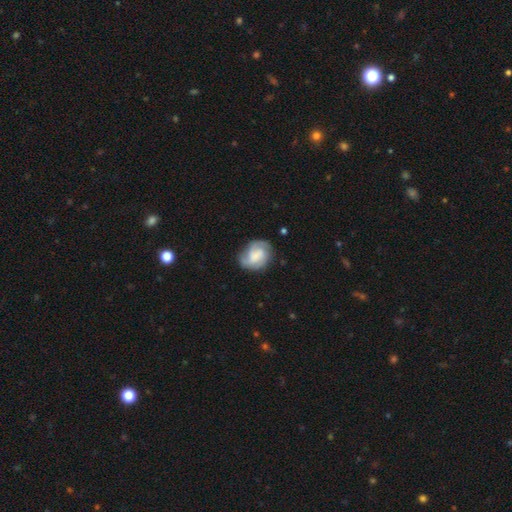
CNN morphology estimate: Overall: featured or disk (62%; smooth 31%). Edge-on disk: no (98%). Bar: no (59%; weak 33%). Spiral arms: yes (91%). Spiral arm count: 3 (33%, tied with 2). Spiral winding: medium (42%, tied with tight). Bulge size: none (31%; moderate 24%). Merging: none (66%).